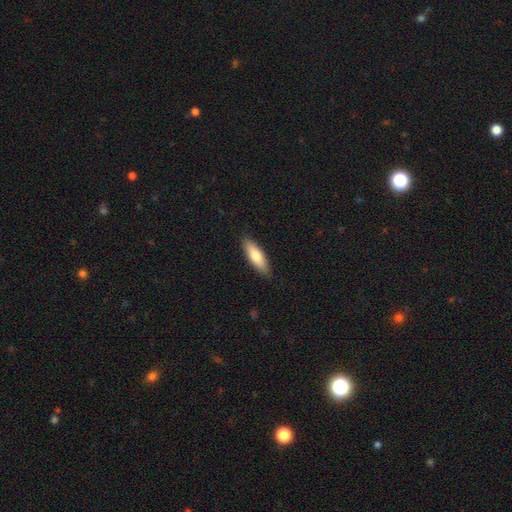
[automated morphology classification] Smooth or featured: smooth — 78% (featured or disk — 17%)
How rounded: in between — 51% (cigar-shaped — 48%)
Merging: none — 88% (minor disturbance — 9%)